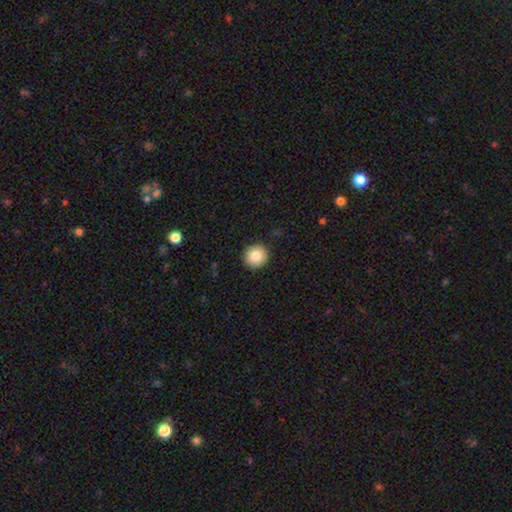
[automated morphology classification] Smooth or featured: smooth — 84% (star or artifact — 9%)
How rounded: round — 94% (in between — 5%)
Merging: none — 92% (minor disturbance — 5%)